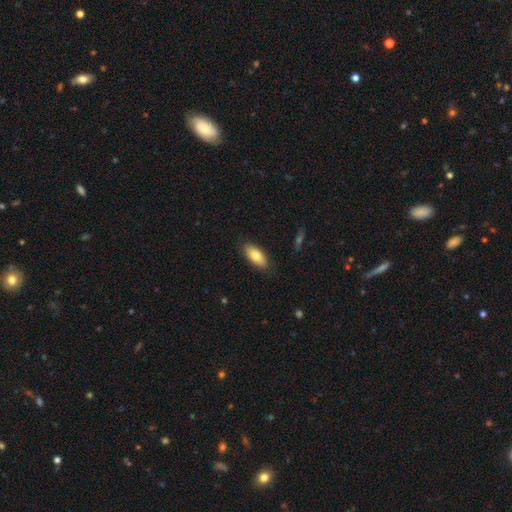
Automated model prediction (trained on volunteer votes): Morphology: type=smooth (76%); roundness=in between (85%); merging=none (85%).